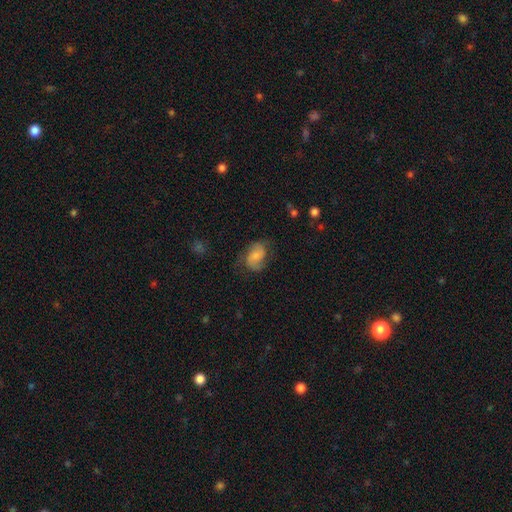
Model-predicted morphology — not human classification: This appears to be a featured or disk galaxy (50%). Merging: none (61%).